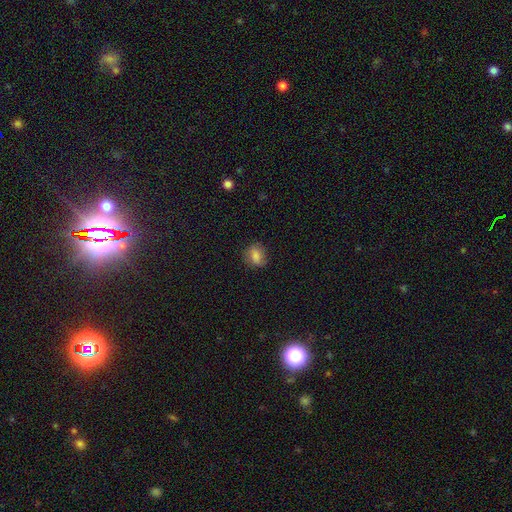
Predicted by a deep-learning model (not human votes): This is likely a smooth galaxy (73%). How rounded: possibly round (52%). Merging: likely none (74%).